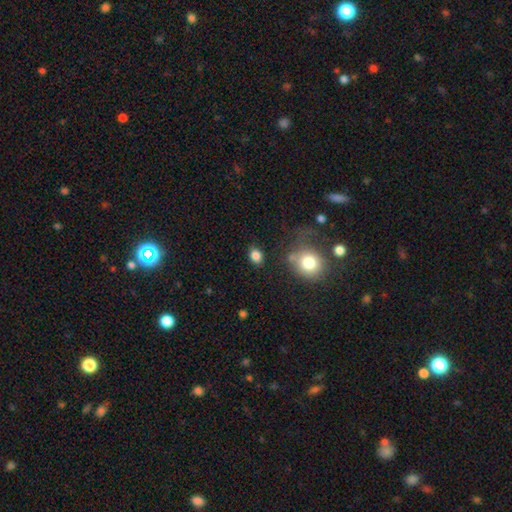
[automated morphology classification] A smooth galaxy with no disk features (83%) that is in between round and cigar-shaped (59%). Merging: none (81%).